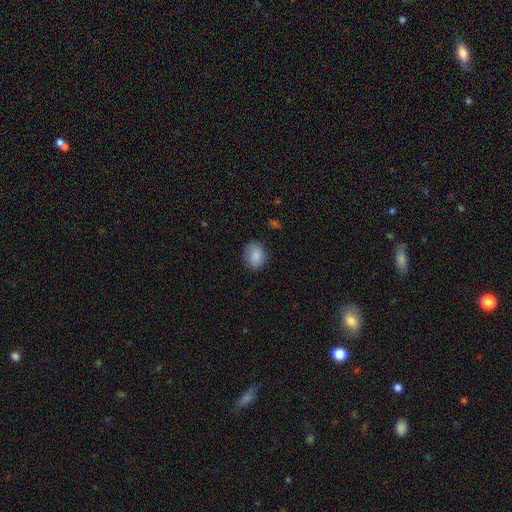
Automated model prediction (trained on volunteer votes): smooth-or-featured: smooth: 84% | featured or disk: 8% | star or artifact: 8%
  how-rounded: round: 63% | in between: 36% | cigar-shaped: 1%
  merging: none: 83% | minor disturbance: 13% | major disturbance: 3% | merger: 1%